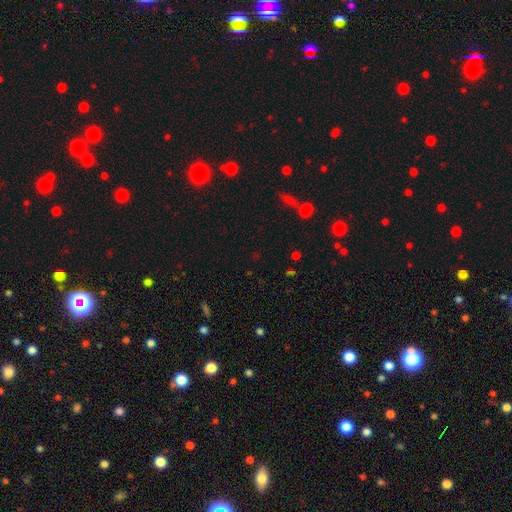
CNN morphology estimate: A star or artifact, not a galaxy (54%).